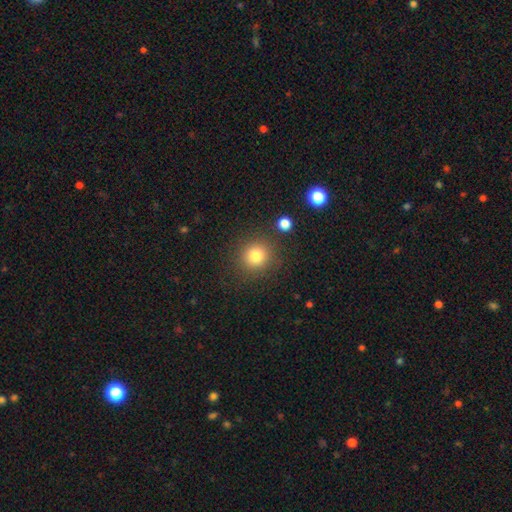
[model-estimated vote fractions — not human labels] This appears to be a smooth galaxy with no disk features (81%) that is round (91%). Merging: none (85%).